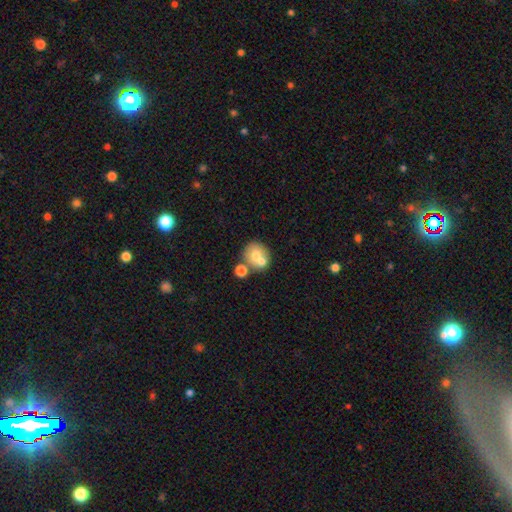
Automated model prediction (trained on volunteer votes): This appears to be a smooth galaxy with no disk features (65%) that is round (81%). Merging: none (44%).